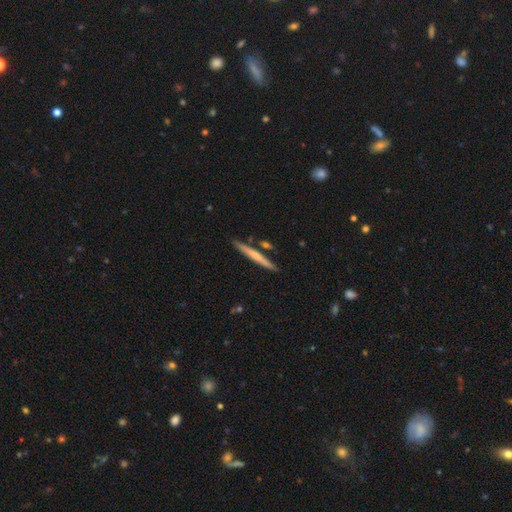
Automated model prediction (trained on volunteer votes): Smooth or featured? smooth (52%)
How rounded? cigar-shaped (96%)
Merging? none (84%)